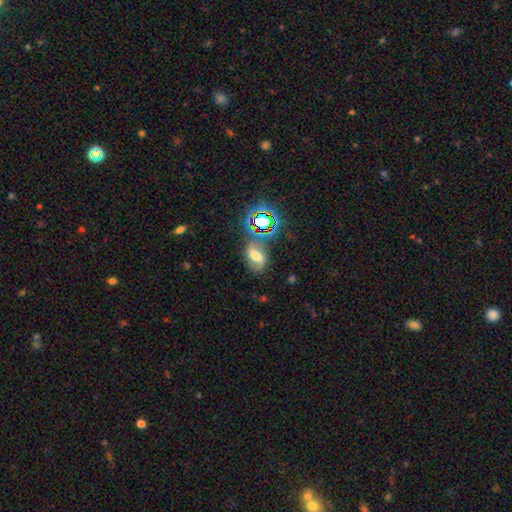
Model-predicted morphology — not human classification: smooth-or-featured: featured or disk: 39% | smooth: 36% | star or artifact: 25%
  merging: none: 58% | minor disturbance: 21% | major disturbance: 11% | merger: 9%